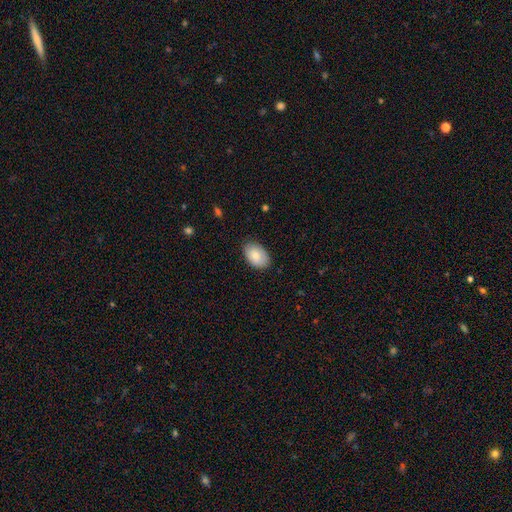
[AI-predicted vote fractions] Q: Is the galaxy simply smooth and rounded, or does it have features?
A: smooth — 82%.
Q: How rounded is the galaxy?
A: in between — 91%.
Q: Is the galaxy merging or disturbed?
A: none — 82%.